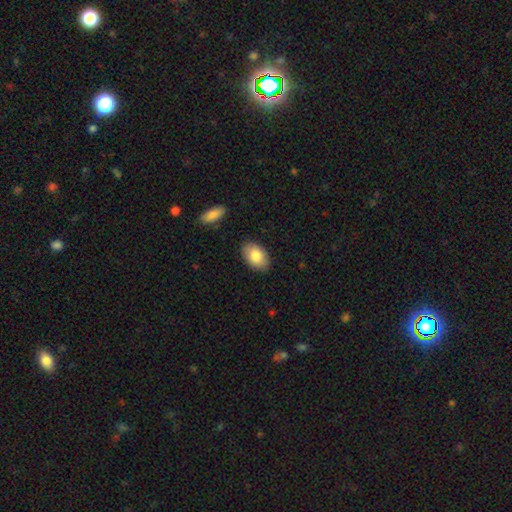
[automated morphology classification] type=smooth (84%); roundness=in between (91%); merging=none (86%).